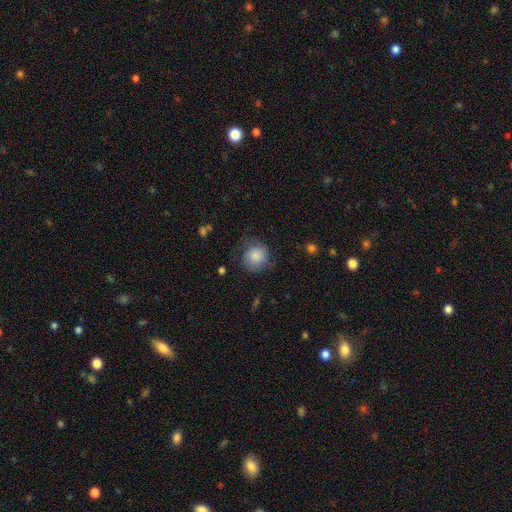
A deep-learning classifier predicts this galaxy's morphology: smooth_or_featured: smooth (p=0.83) [alt: featured or disk p=0.09]
how_rounded: round (p=0.89) [alt: in between p=0.10]
merging: none (p=0.72) [alt: minor disturbance p=0.20]